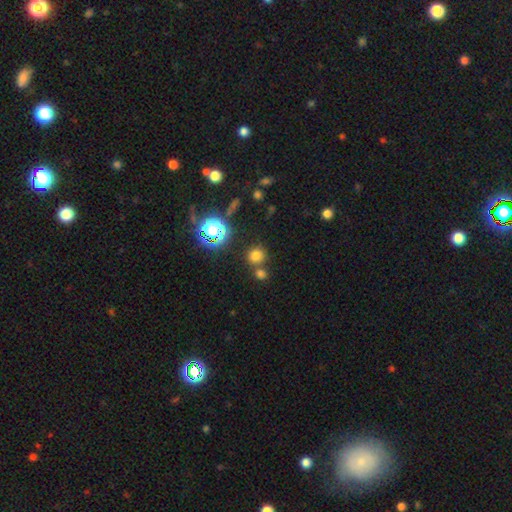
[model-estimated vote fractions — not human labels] smooth-or-featured: smooth: 70% | star or artifact: 23% | featured or disk: 7%
  how-rounded: round: 89% | in between: 10% | cigar-shaped: 1%
  merging: none: 69% | merger: 19% | minor disturbance: 8% | major disturbance: 3%